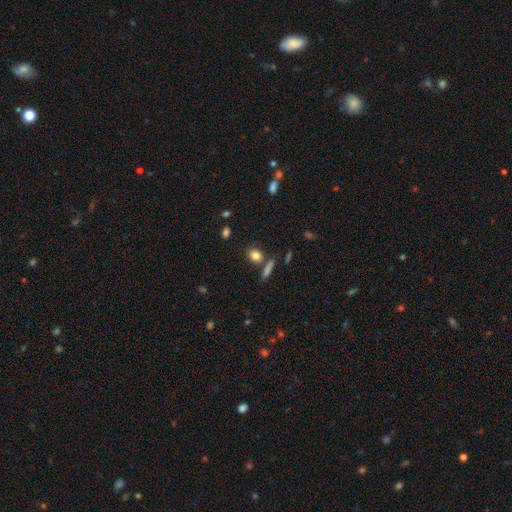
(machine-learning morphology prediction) Smooth or featured?
  - smooth: 82% *
  - star or artifact: 10%
  - featured or disk: 8%
How rounded?
  - round: 58% *
  - in between: 38%
  - cigar-shaped: 4%
Merging?
  - none: 72% *
  - merger: 13%
  - minor disturbance: 11%
  - major disturbance: 4%